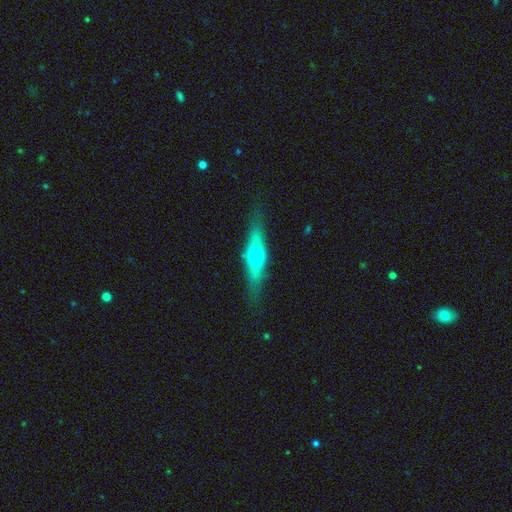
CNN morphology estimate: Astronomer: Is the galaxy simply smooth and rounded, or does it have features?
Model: smooth — 48% (runner-up: featured or disk, 46%).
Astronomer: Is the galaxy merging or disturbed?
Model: none — 81%.